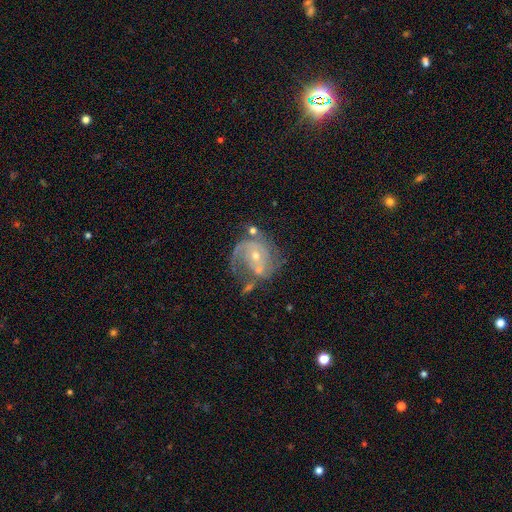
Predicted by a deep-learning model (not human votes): A featured or disk galaxy (85%) with no bar (64%), 2 (52%) medium (43%) spiral arms (94%) and a small central bulge (57%).

Vote fractions:
- Smooth or featured? featured or disk: 85% / smooth: 8% / star or artifact: 7%
- Edge-on disk? no: 98% / yes: 2%
- Bar? no: 64% / weak: 29% / strong: 7%
- Spiral arms? yes: 94% / no: 6%
- Spiral winding? medium: 43% / tight: 41% / loose: 16%
- Spiral arm count? 2: 52% / can't tell: 16% / 1: 13% / 3: 12% / 4: 3% / more than 4: 3%
- Bulge size? small: 57% / moderate: 39% / large: 1% / none: 1% / dominant: 1%
- Merging? none: 50% / minor disturbance: 19% / major disturbance: 17% / merger: 14%